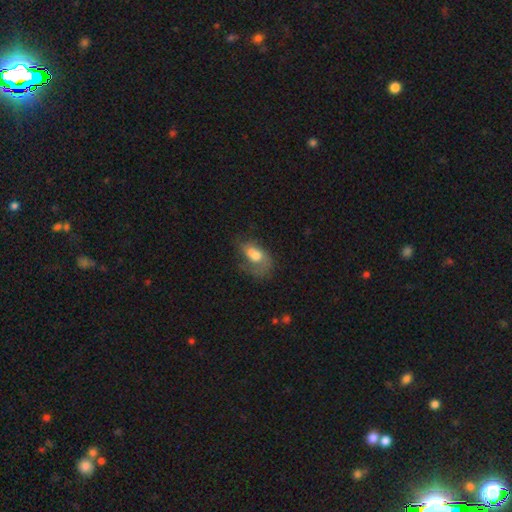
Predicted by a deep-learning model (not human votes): A smooth galaxy with no disk features (56%) that is in between round and cigar-shaped (87%).

Vote fractions:
- Smooth or featured? smooth: 56% / featured or disk: 35% / star or artifact: 9%
- How rounded? in between: 87% / round: 9% / cigar-shaped: 4%
- Merging? major disturbance: 37% / none: 31% / minor disturbance: 25% / merger: 6%